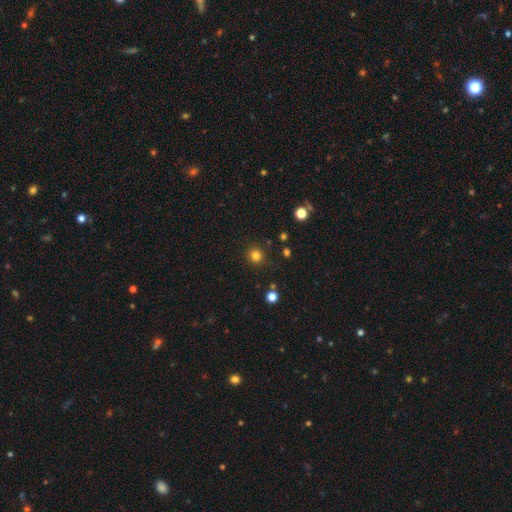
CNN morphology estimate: A smooth galaxy with no disk features (81%) that is round (93%).

Vote fractions:
- Smooth or featured? smooth: 81% / star or artifact: 15% / featured or disk: 5%
- How rounded? round: 93% / in between: 6% / cigar-shaped: 1%
- Merging? none: 88% / minor disturbance: 7% / major disturbance: 2% / merger: 2%